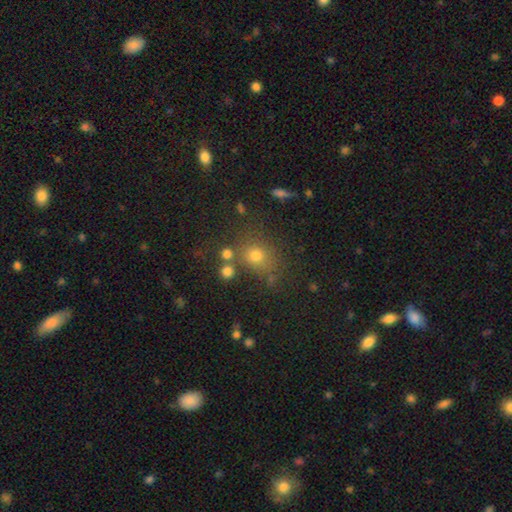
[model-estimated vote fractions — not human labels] A smooth galaxy with no disk features (70%) that is round (71%). Merging: none (70%).